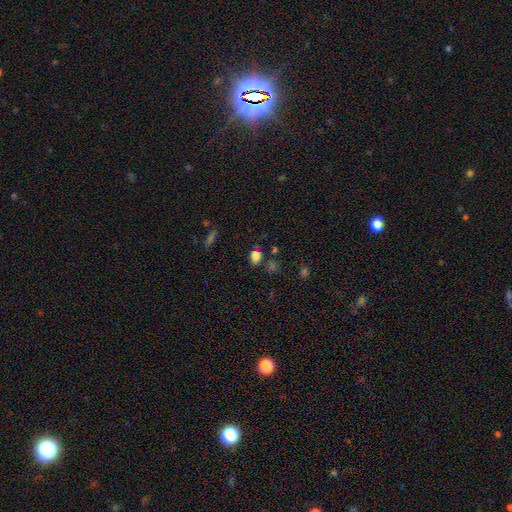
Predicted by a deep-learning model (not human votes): A smooth galaxy with no disk features (77%) that is in between round and cigar-shaped (53%). Merging: none (74%).